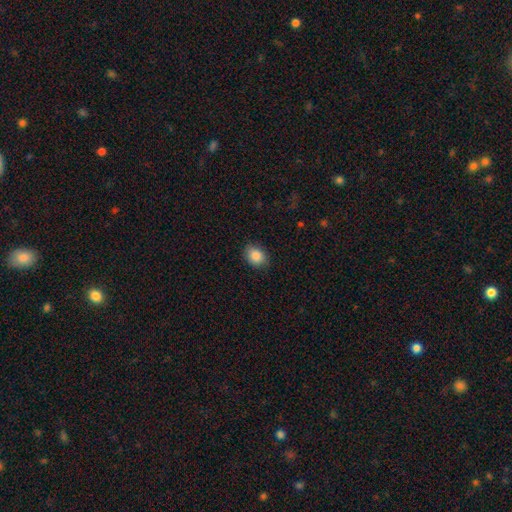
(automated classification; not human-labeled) This is clearly a smooth galaxy (87%). How rounded: possibly in between (53%). Merging: clearly none (86%).